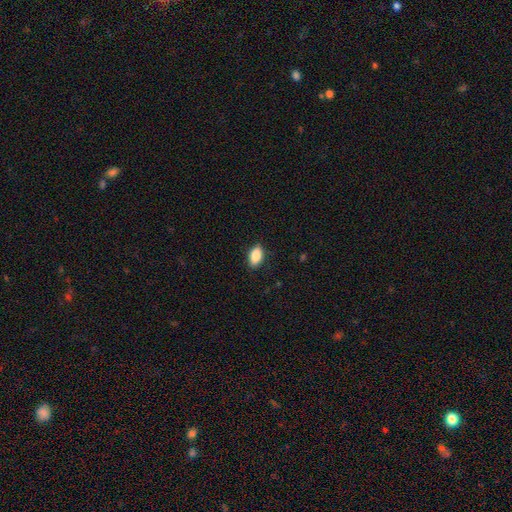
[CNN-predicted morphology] A smooth galaxy with no disk features (86%) that is in between round and cigar-shaped (90%). Merging: none (87%).